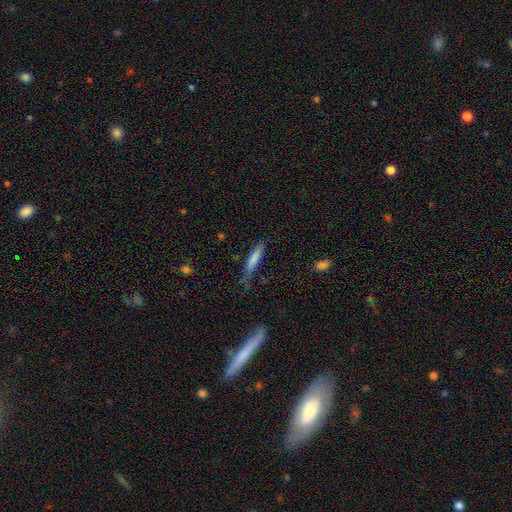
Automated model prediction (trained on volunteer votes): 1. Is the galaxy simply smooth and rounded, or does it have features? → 56% smooth, 31% featured or disk, 13% star or artifact.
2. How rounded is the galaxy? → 86% cigar-shaped, 12% in between, 2% round.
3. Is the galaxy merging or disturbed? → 61% none, 25% minor disturbance, 10% major disturbance, 4% merger.